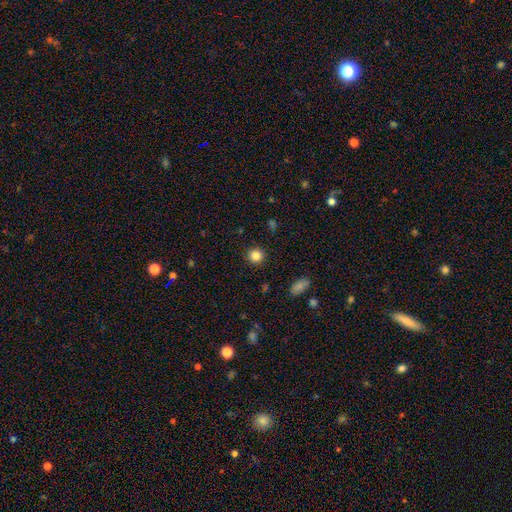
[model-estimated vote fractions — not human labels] Smooth or featured: smooth — 85% (star or artifact — 11%)
How rounded: round — 93% (in between — 6%)
Merging: none — 91% (minor disturbance — 5%)